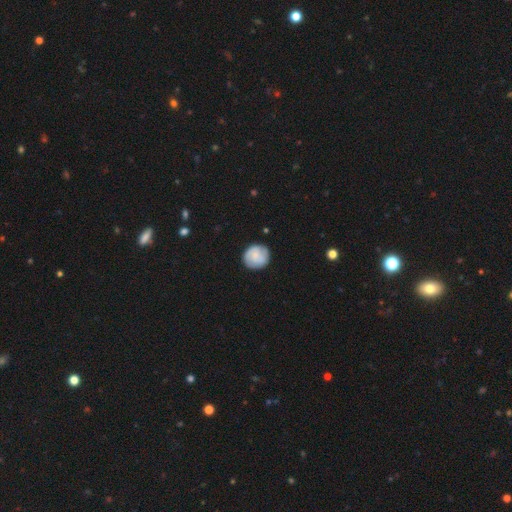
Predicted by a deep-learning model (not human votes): Smooth or featured?
  - smooth: 62% *
  - featured or disk: 32%
  - star or artifact: 7%
How rounded?
  - round: 89% *
  - in between: 10%
  - cigar-shaped: 1%
Merging?
  - none: 84% *
  - minor disturbance: 12%
  - major disturbance: 3%
  - merger: 1%